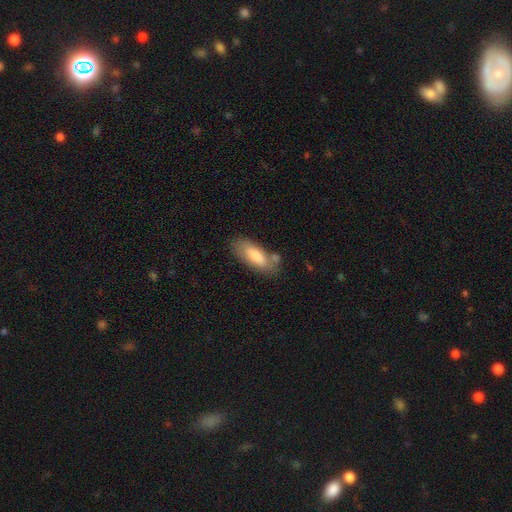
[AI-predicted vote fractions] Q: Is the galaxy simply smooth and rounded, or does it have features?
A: smooth — 78%.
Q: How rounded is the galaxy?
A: in between — 74%.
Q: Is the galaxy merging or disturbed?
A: none — 66%.